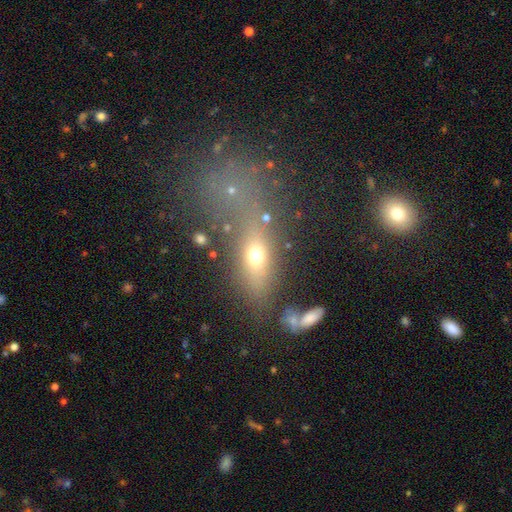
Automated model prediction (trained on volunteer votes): Q: Smooth or featured?
A: smooth (62%); runner-up: featured or disk (21%)
Q: How rounded?
A: in between (55%); runner-up: cigar-shaped (28%)
Q: Merging?
A: none (53%); runner-up: merger (20%)